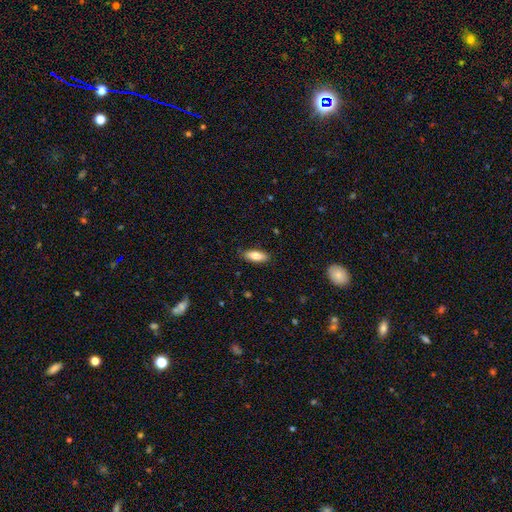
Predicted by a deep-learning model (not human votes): This appears to be a smooth galaxy with no disk features (81%) that is in between round and cigar-shaped (75%). Merging: none (86%).